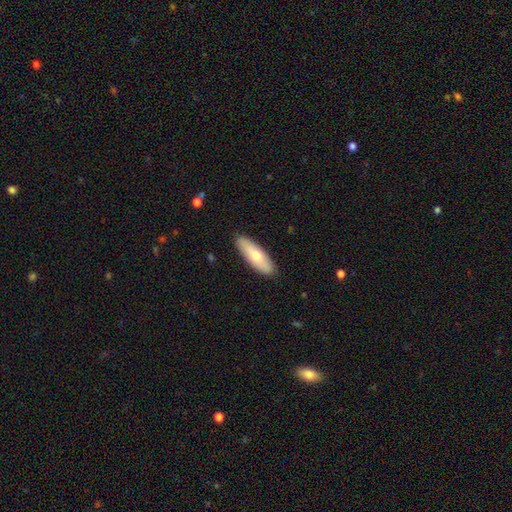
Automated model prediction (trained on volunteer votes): This is likely a smooth galaxy (67%). How rounded: possibly in between (56%). Merging: clearly none (88%).